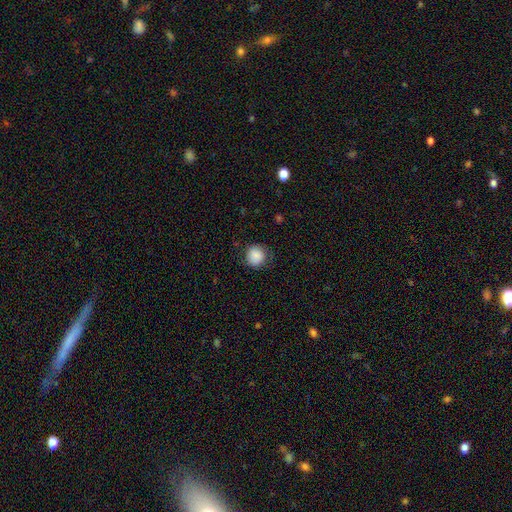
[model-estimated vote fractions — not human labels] Smooth or featured? Predicted: smooth (p=0.87). How rounded? Predicted: round (p=0.90). Merging? Predicted: none (p=0.79).